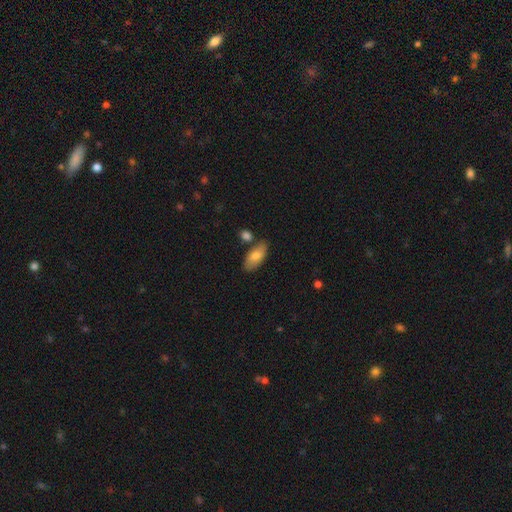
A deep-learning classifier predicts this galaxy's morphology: Overall: smooth (76%). How rounded: in between (90%). Merging: none (72%).